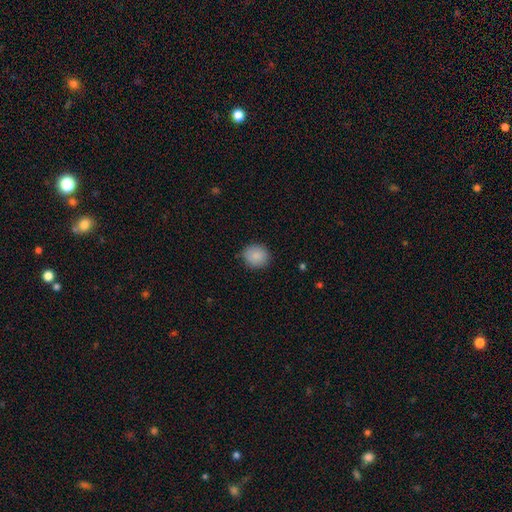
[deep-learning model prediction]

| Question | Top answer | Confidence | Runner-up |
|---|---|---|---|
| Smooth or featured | smooth | 88% | star or artifact (8%) |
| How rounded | round | 78% | in between (21%) |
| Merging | none | 83% | minor disturbance (13%) |